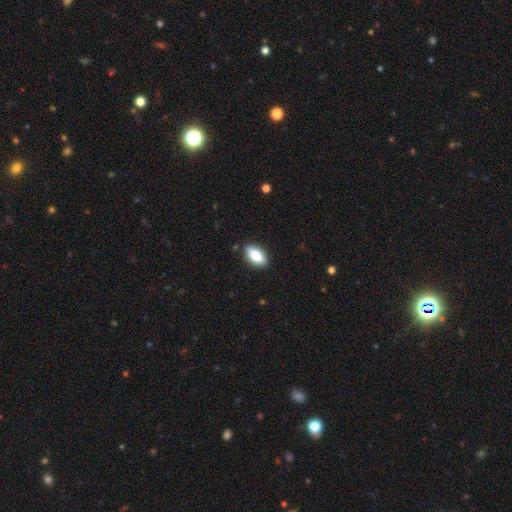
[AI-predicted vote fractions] smooth-or-featured: smooth: 79% | featured or disk: 14% | star or artifact: 7%
  how-rounded: in between: 90% | cigar-shaped: 6% | round: 4%
  merging: none: 88% | minor disturbance: 9% | major disturbance: 2% | merger: 1%